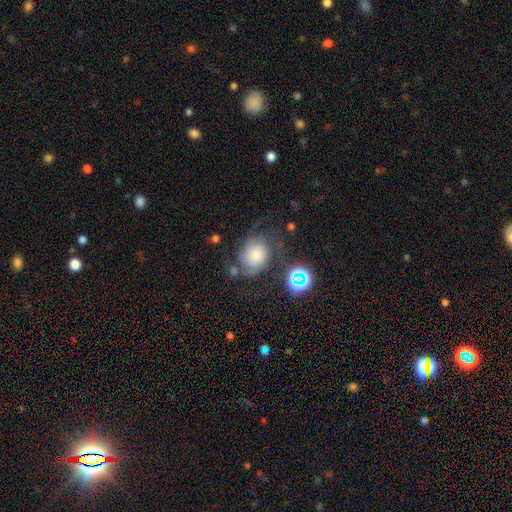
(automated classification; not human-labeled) A featured or disk galaxy (50%).

Vote fractions:
- Smooth or featured? featured or disk: 50% / smooth: 35% / star or artifact: 15%
- Edge-on disk? no: 97% / yes: 3%
- Merging? none: 48% / minor disturbance: 23% / major disturbance: 22% / merger: 6%